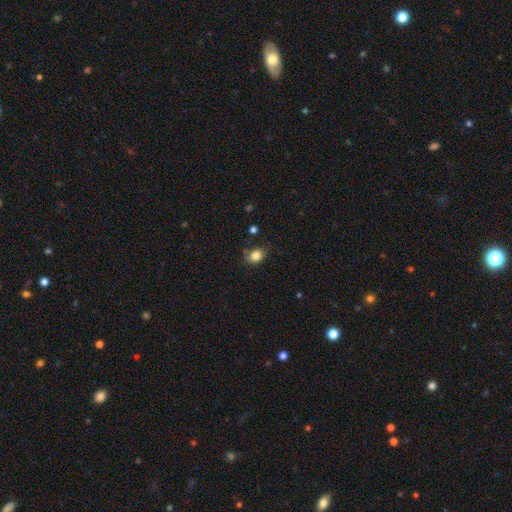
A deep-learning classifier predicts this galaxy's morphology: smooth-or-featured: smooth: 83% | star or artifact: 10% | featured or disk: 6%
  how-rounded: in between: 56% | round: 43% | cigar-shaped: 1%
  merging: none: 74% | minor disturbance: 19% | major disturbance: 4% | merger: 2%